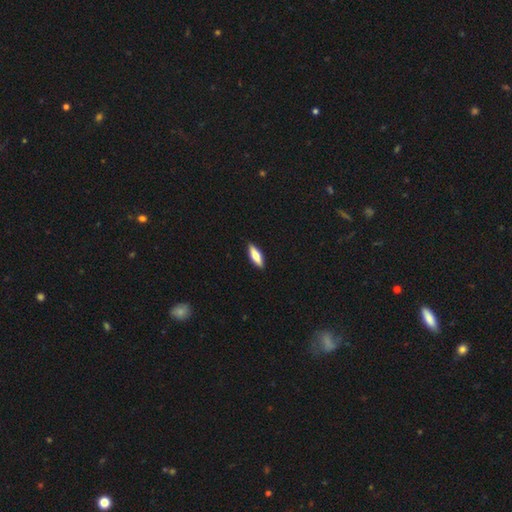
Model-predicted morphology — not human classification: smooth 68%, featured or disk 27%, star or artifact 5%. Down the decision tree: how rounded — cigar-shaped (49%); merging — none (91%).